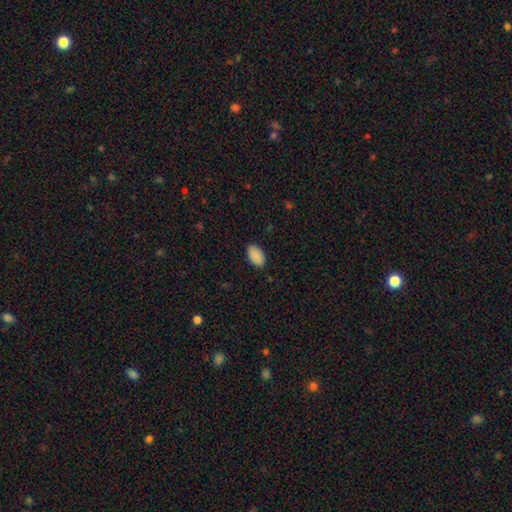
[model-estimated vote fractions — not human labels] smooth-or-featured: smooth: 90% | star or artifact: 7% | featured or disk: 3%
  how-rounded: in between: 94% | round: 5% | cigar-shaped: 1%
  merging: none: 87% | minor disturbance: 9% | major disturbance: 2% | merger: 1%